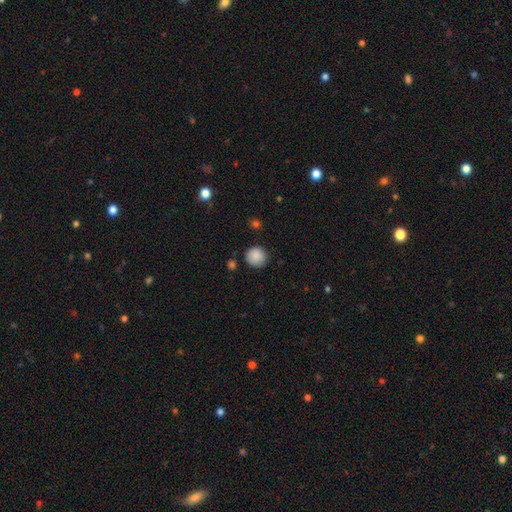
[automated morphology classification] type=smooth (88%); roundness=round (92%); merging=none (84%).